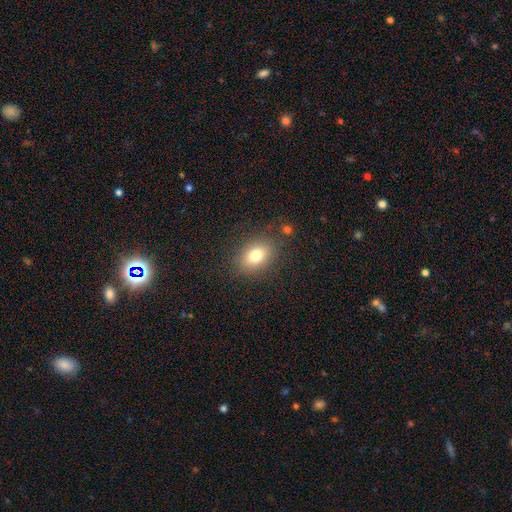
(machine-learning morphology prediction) smooth-or-featured: smooth: 77% | featured or disk: 12% | star or artifact: 11%
  how-rounded: in between: 70% | round: 29% | cigar-shaped: 1%
  merging: none: 83% | minor disturbance: 11% | major disturbance: 4% | merger: 2%